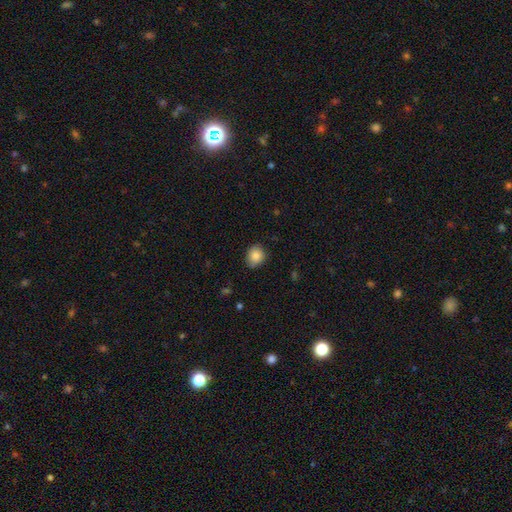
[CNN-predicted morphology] Smooth or featured? Predicted: smooth (p=0.85). How rounded? Predicted: round (p=0.66). Merging? Predicted: none (p=0.78).